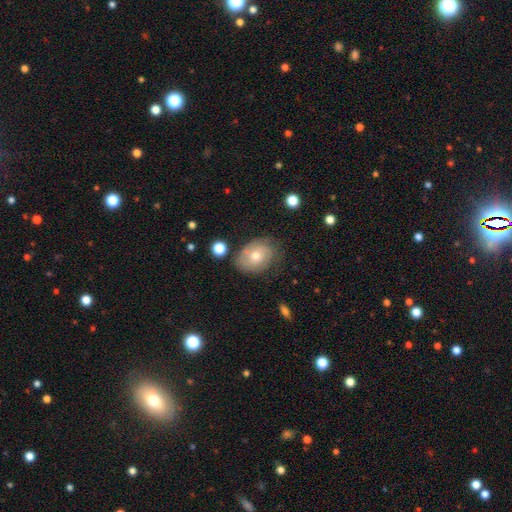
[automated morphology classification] Smooth or featured? smooth (51%)
How rounded? in between (67%)
Merging? none (67%)